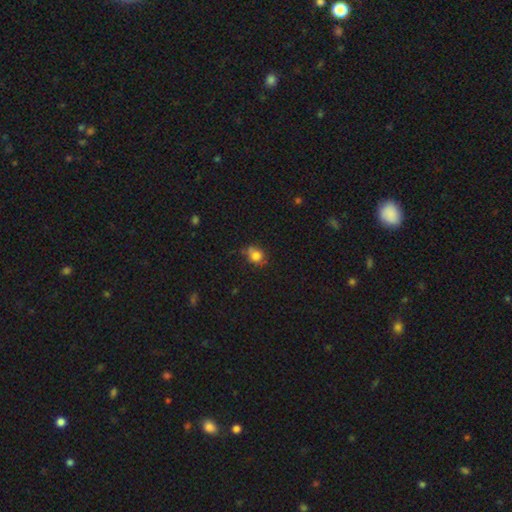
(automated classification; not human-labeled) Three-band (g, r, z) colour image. It shows a smooth galaxy with no disk features (78%) that is round (67%). Merging: none (58%).